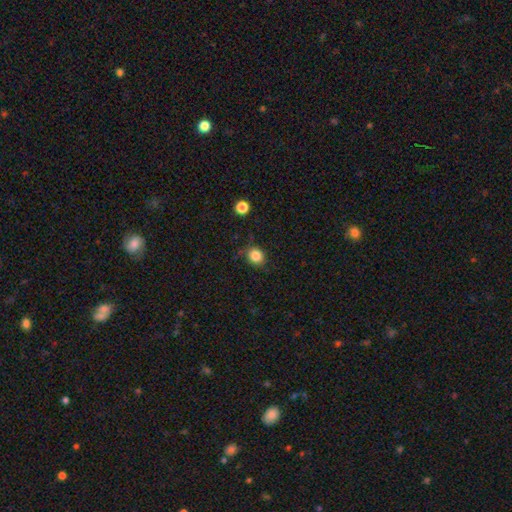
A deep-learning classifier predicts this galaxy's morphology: smooth 84%, star or artifact 11%, featured or disk 5%. Down the decision tree: how rounded — round (77%); merging — none (82%).